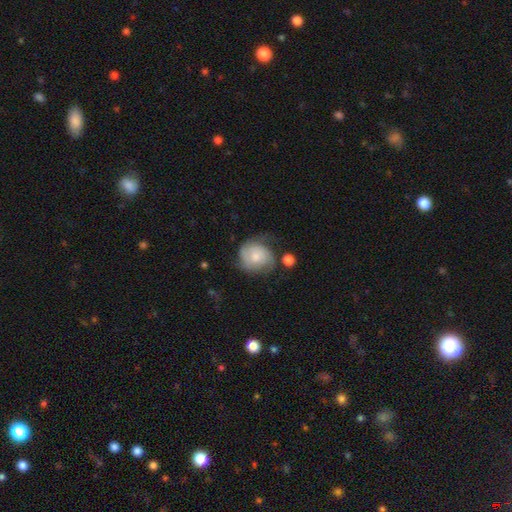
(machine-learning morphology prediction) This appears to be a smooth galaxy with no disk features (50%) that is round (75%). Merging: none (49%).